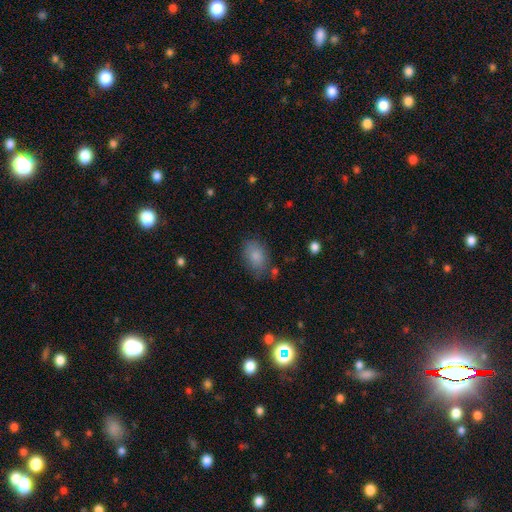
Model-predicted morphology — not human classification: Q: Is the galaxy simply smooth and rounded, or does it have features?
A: smooth — 84%.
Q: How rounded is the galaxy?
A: in between — 85%.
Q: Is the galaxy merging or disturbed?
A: none — 72%.